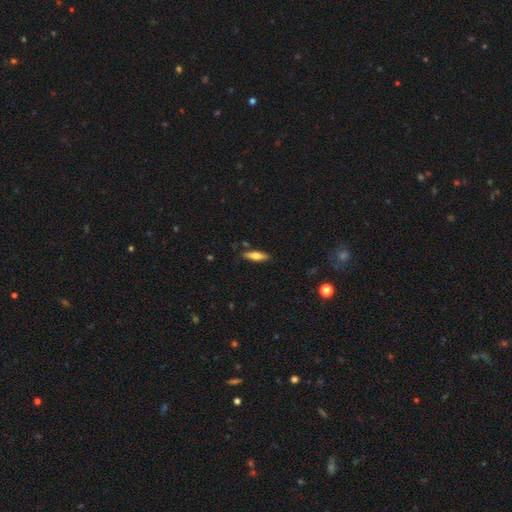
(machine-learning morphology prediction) Smooth or featured: smooth — 60% (featured or disk — 33%)
How rounded: cigar-shaped — 61% (in between — 37%)
Merging: none — 83% (minor disturbance — 12%)